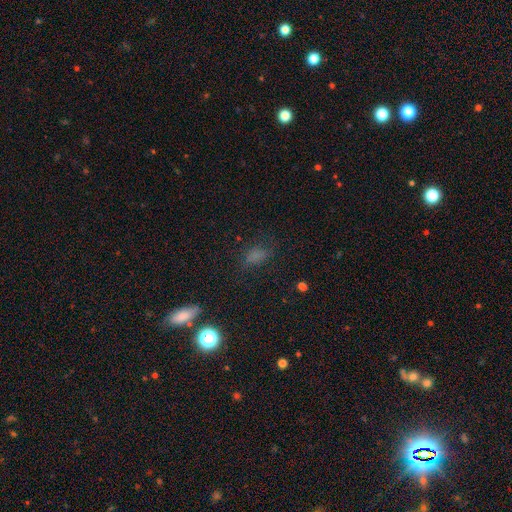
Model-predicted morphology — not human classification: A smooth galaxy with no disk features (67%) that is in between round and cigar-shaped (78%).

Vote fractions:
- Smooth or featured? smooth: 67% / star or artifact: 23% / featured or disk: 10%
- How rounded? in between: 78% / round: 17% / cigar-shaped: 5%
- Merging? none: 64% / minor disturbance: 21% / major disturbance: 12% / merger: 3%